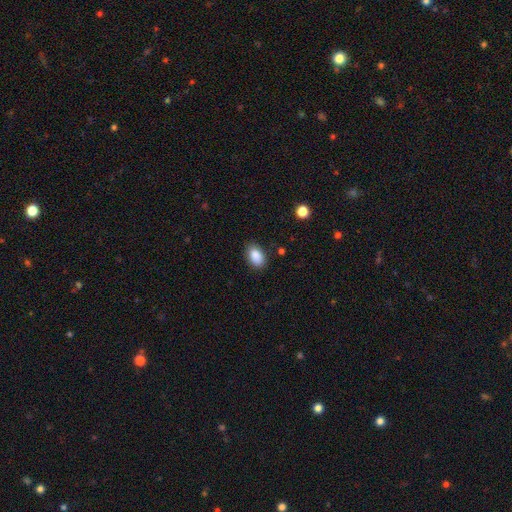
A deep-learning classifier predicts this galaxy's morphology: A smooth galaxy with no disk features (88%) that is in between round and cigar-shaped (89%).

Vote fractions:
- Smooth or featured? smooth: 88% / star or artifact: 8% / featured or disk: 4%
- How rounded? in between: 89% / round: 10% / cigar-shaped: 1%
- Merging? none: 83% / minor disturbance: 13% / major disturbance: 3% / merger: 1%